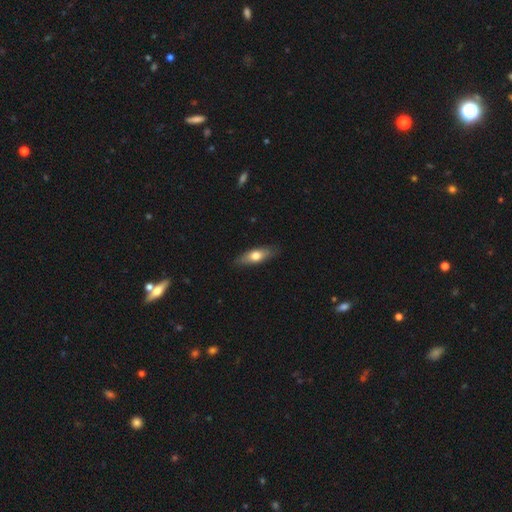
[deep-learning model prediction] Smooth or featured?
  - smooth: 64% *
  - featured or disk: 30%
  - star or artifact: 6%
How rounded?
  - in between: 59% *
  - cigar-shaped: 38%
  - round: 3%
Merging?
  - none: 85% *
  - minor disturbance: 12%
  - major disturbance: 2%
  - merger: 1%